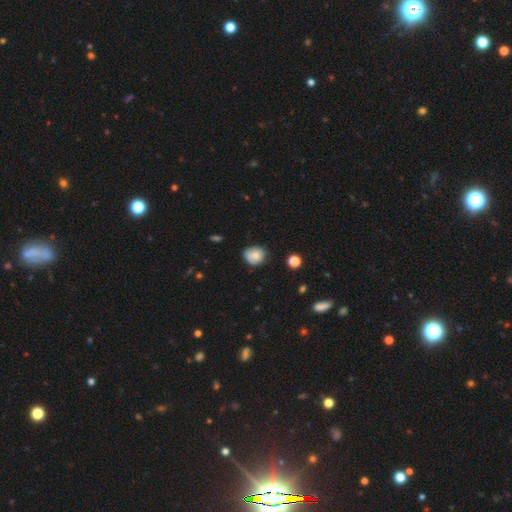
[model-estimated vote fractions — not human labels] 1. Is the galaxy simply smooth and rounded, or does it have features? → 73% smooth, 18% featured or disk, 9% star or artifact.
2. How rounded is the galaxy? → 72% round, 27% in between, 1% cigar-shaped.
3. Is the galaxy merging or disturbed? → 67% none, 26% minor disturbance, 5% major disturbance, 2% merger.